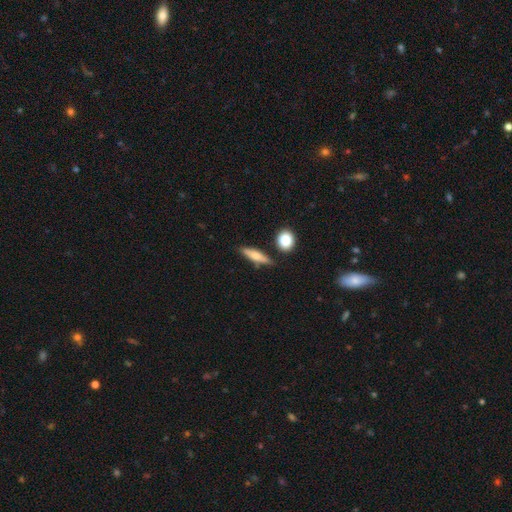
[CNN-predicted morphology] smooth_or_featured: smooth (p=0.61) [alt: featured or disk p=0.32]
how_rounded: cigar-shaped (p=0.61) [alt: in between p=0.33]
merging: none (p=0.75) [alt: minor disturbance p=0.15]